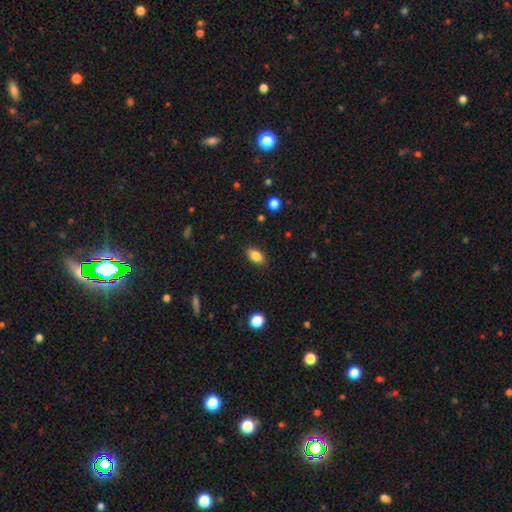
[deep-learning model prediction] Smooth or featured? Predicted: smooth (p=0.86). How rounded? Predicted: in between (p=0.89). Merging? Predicted: none (p=0.87).